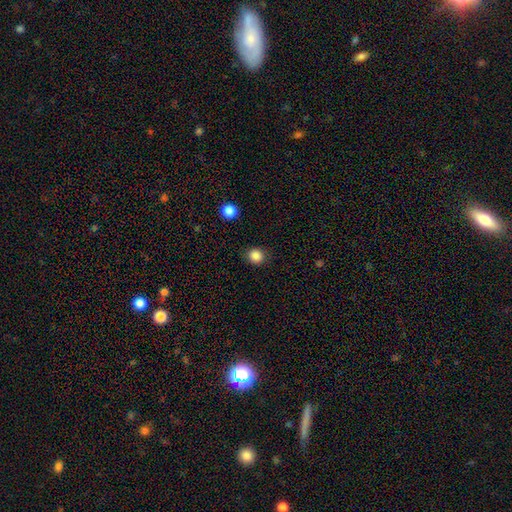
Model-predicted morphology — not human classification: Smooth or featured: smooth — 86% (star or artifact — 11%)
How rounded: round — 84% (in between — 15%)
Merging: none — 88% (minor disturbance — 8%)